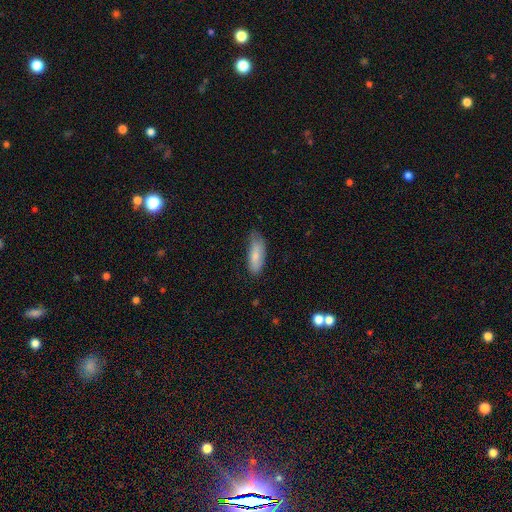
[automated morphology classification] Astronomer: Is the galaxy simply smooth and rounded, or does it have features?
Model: smooth — 80%.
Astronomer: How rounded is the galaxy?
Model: in between — 69%.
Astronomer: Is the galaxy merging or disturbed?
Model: none — 55% (runner-up: minor disturbance, 34%).